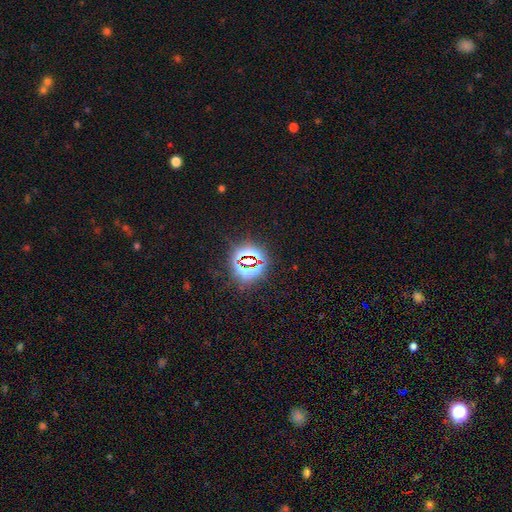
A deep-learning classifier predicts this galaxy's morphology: This appears to be a star or artifact, not a galaxy (80%).